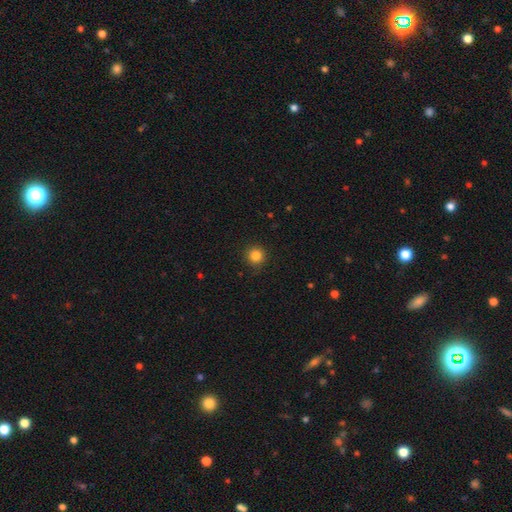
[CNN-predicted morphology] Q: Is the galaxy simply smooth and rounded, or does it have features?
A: smooth — 84%.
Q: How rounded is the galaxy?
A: round — 95%.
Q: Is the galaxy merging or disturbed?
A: none — 89%.